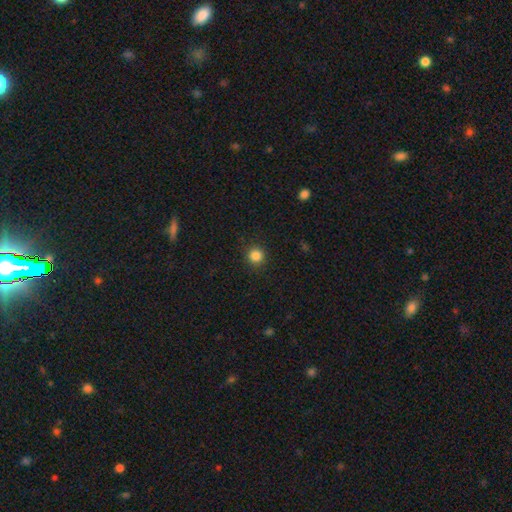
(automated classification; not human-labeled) Morphology: type=smooth (84%); roundness=round (93%); merging=none (90%).